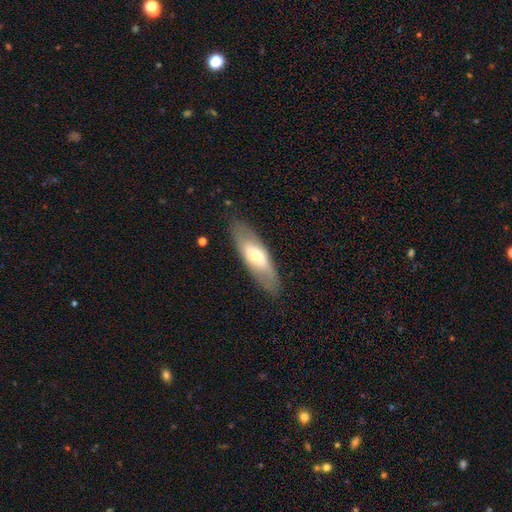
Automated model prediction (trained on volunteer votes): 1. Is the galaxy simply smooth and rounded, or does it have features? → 55% smooth, 39% featured or disk, 6% star or artifact.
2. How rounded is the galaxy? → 60% in between, 38% cigar-shaped, 2% round.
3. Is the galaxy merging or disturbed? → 84% none, 11% minor disturbance, 4% major disturbance, 1% merger.